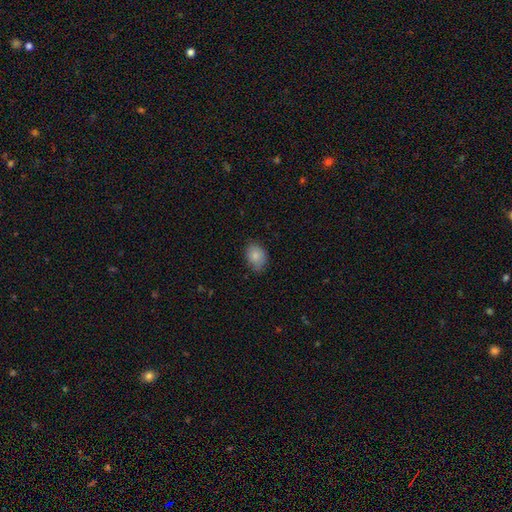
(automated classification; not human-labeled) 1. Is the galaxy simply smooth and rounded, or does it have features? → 85% smooth, 8% star or artifact, 7% featured or disk.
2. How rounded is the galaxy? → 67% in between, 32% round, 1% cigar-shaped.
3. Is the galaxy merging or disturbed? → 72% none, 23% minor disturbance, 4% major disturbance, 1% merger.